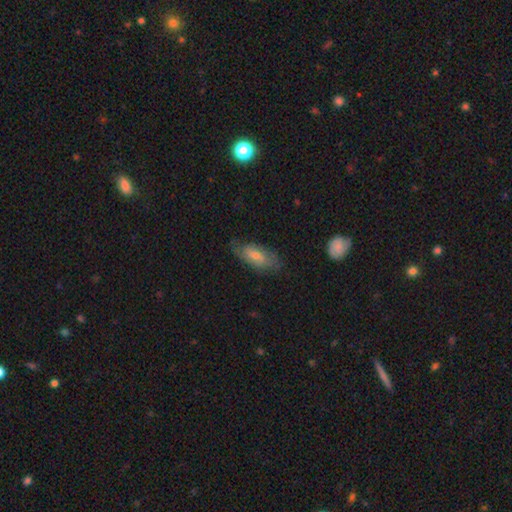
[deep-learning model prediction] The model was most divided on "smooth or featured" (2-way tie): featured or disk: 46%, smooth: 46%, star or artifact: 8%. More confident: merging — none (68%).